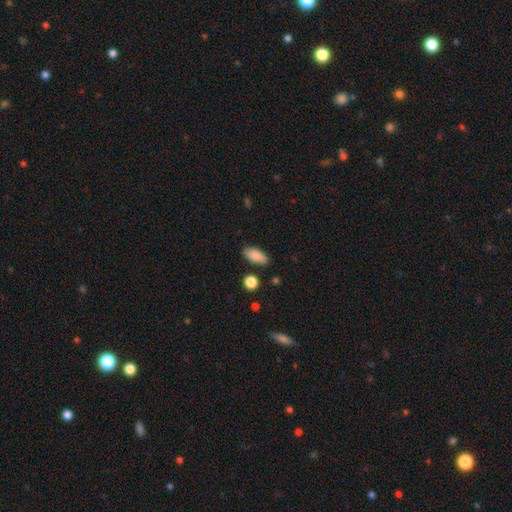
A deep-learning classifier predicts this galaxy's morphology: The model was most divided on "merging": none: 82%, minor disturbance: 13%, major disturbance: 3%, merger: 3%. More confident: how rounded — in between (89%); smooth or featured — smooth (87%).